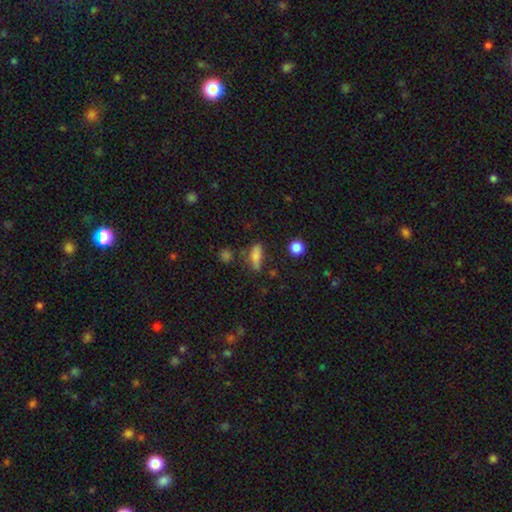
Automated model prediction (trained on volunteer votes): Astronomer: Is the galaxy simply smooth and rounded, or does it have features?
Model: smooth — 76%.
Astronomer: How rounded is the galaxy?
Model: in between — 59% (runner-up: cigar-shaped, 35%).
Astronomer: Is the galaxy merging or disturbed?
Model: none — 62%.